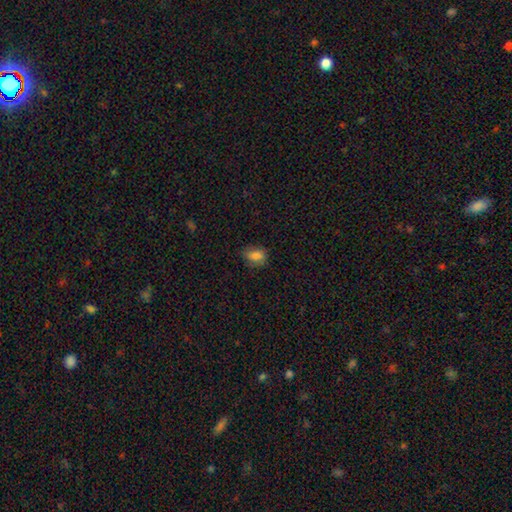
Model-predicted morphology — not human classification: This appears to be a smooth galaxy with no disk features (82%) that is in between round and cigar-shaped (76%). Merging: none (67%).